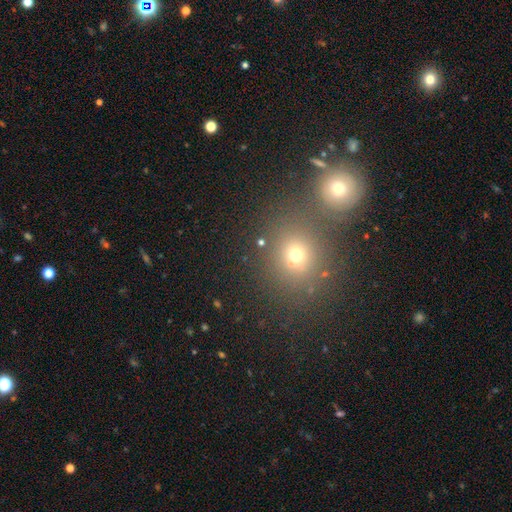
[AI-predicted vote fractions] This is possibly a smooth galaxy (50%). Merging: likely none (68%).